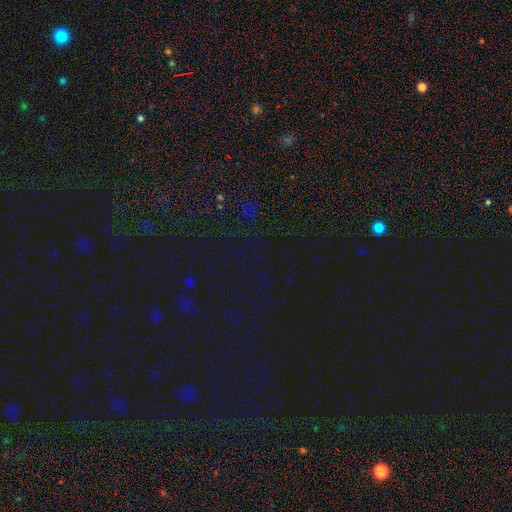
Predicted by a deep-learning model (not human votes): smooth_or_featured: star or artifact (p=0.74) [alt: smooth p=0.18]